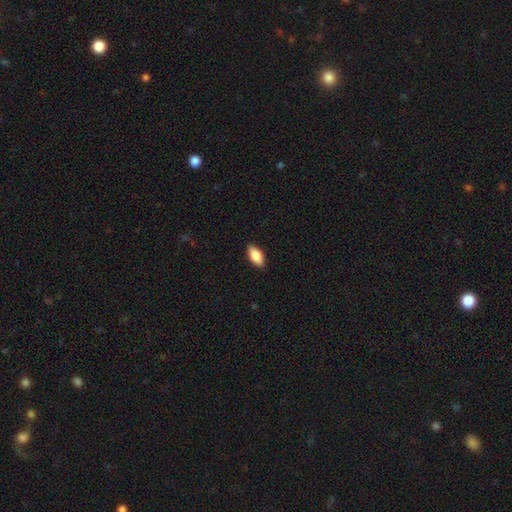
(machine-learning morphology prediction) Q: Smooth or featured?
A: smooth (84%); runner-up: featured or disk (10%)
Q: How rounded?
A: in between (90%); runner-up: cigar-shaped (7%)
Q: Merging?
A: none (88%); runner-up: minor disturbance (9%)